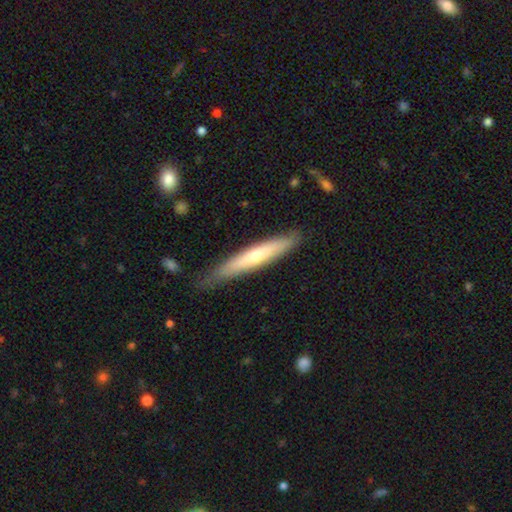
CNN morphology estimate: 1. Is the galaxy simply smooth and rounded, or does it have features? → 53% smooth, 42% featured or disk, 5% star or artifact.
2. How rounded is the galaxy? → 93% cigar-shaped, 6% in between, 1% round.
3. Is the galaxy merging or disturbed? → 78% none, 17% minor disturbance, 3% major disturbance, 2% merger.